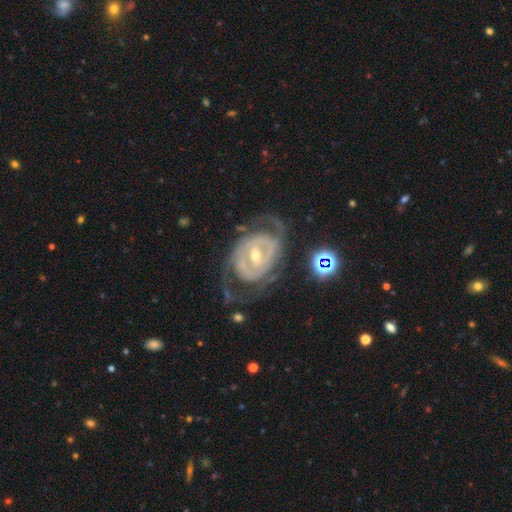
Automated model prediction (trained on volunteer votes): smooth-or-featured: featured or disk: 86% | smooth: 8% | star or artifact: 6%
  disk-edge-on: no: 96% | yes: 4%
    bar: weak: 41% | no: 33% | strong: 26%
    has-spiral-arms: yes: 82% | no: 18%
      spiral-winding: tight: 54% | medium: 33% | loose: 14%
      spiral-arm-count: 2: 49% | can't tell: 30% | 3: 9% | 1: 5% | 4: 4% | more than 4: 3%
    bulge-size: small: 53% | moderate: 43% | large: 2% | none: 1% | dominant: 1%
  merging: none: 59% | major disturbance: 21% | minor disturbance: 18% | merger: 2%